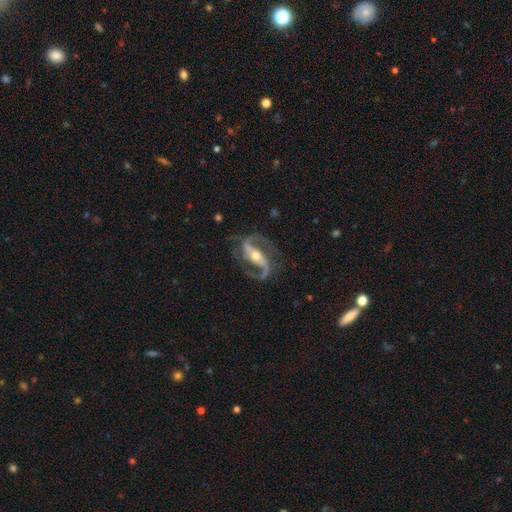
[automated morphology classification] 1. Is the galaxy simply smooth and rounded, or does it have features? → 92% featured or disk, 4% star or artifact, 4% smooth.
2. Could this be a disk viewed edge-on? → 95% no, 5% yes.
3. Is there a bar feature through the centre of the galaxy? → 62% strong, 23% weak, 15% no.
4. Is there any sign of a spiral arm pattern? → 97% yes, 3% no.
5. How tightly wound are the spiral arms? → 55% medium, 31% loose, 14% tight.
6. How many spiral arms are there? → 93% 2, 2% 1, 2% can't tell, 1% 3, 1% 4, 1% more than 4.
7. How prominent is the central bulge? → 65% moderate, 28% small, 5% large, 1% none, 1% dominant.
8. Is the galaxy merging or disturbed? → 77% none, 13% minor disturbance, 8% major disturbance, 1% merger.